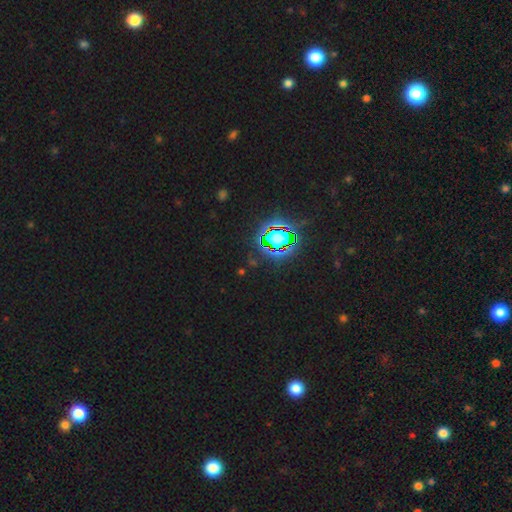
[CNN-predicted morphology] Overall: star or artifact (80%).